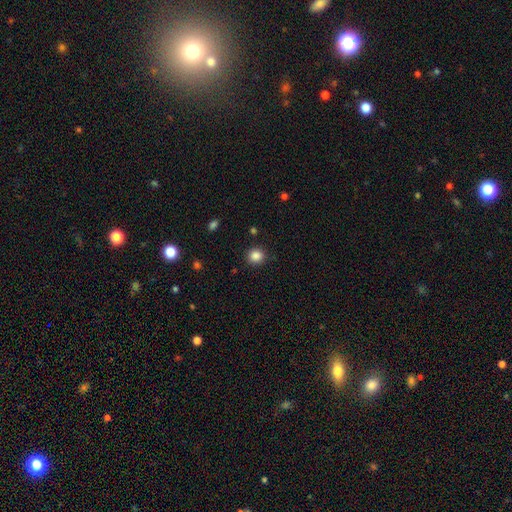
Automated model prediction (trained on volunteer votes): smooth_or_featured: smooth (p=0.86) [alt: star or artifact p=0.11]
how_rounded: round (p=0.87) [alt: in between p=0.12]
merging: none (p=0.90) [alt: minor disturbance p=0.07]